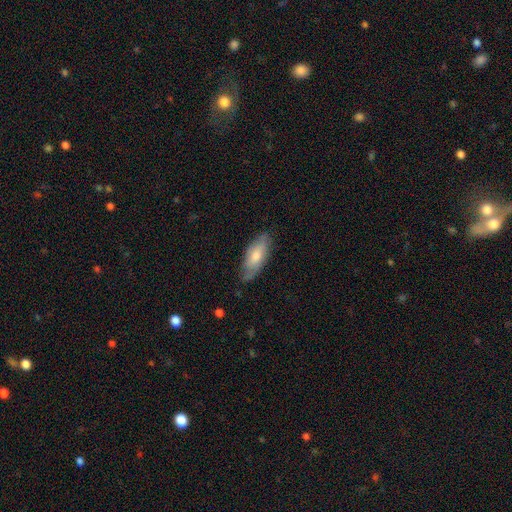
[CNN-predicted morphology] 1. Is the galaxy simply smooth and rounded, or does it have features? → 59% smooth, 35% featured or disk, 6% star or artifact.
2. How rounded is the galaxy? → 74% in between, 24% cigar-shaped, 2% round.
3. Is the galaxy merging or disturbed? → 74% none, 21% minor disturbance, 4% major disturbance, 1% merger.